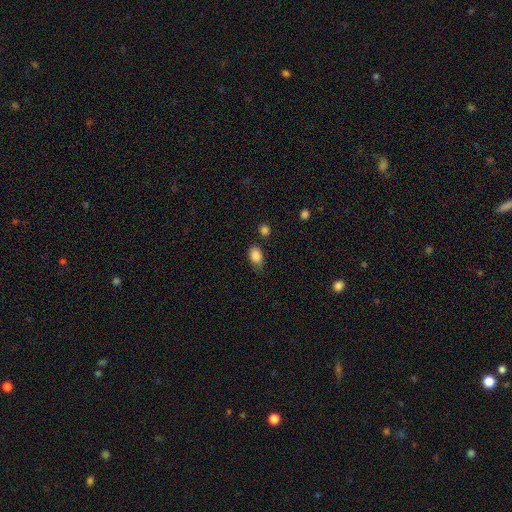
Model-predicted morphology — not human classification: Q: Smooth or featured?
A: smooth (87%); runner-up: star or artifact (9%)
Q: How rounded?
A: in between (84%); runner-up: round (14%)
Q: Merging?
A: none (68%); runner-up: minor disturbance (23%)